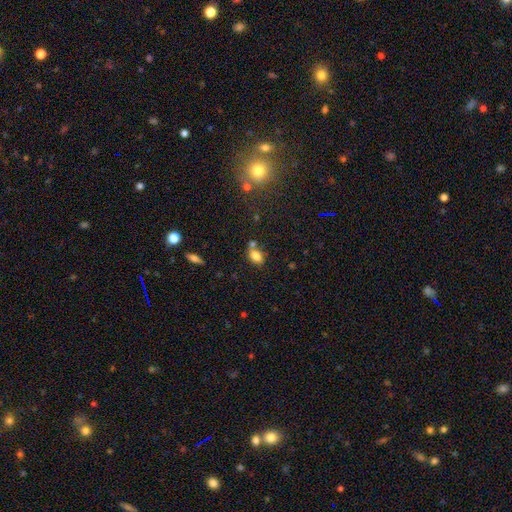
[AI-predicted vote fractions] Q: Smooth or featured?
A: smooth (80%); runner-up: star or artifact (11%)
Q: How rounded?
A: in between (80%); runner-up: round (18%)
Q: Merging?
A: none (54%); runner-up: merger (26%)